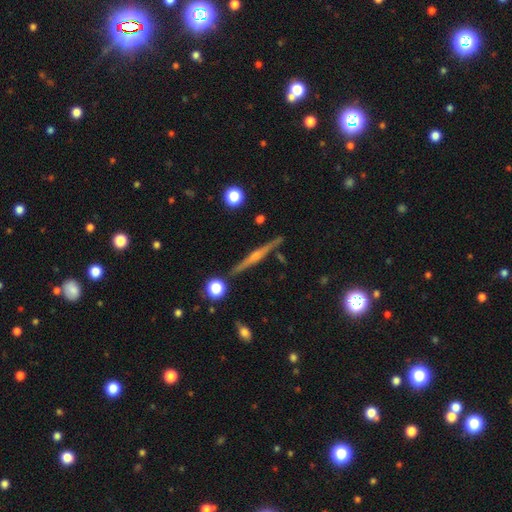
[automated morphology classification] Smooth or featured? featured or disk (76%)
Edge-on disk? yes (98%)
Edge-on bulge? rounded (75%)
Merging? none (88%)